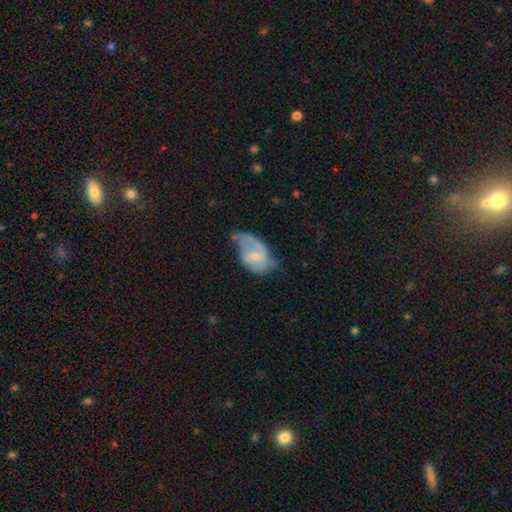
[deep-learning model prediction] A featured or disk galaxy (61%) with a weak bar (50%), spiral arms (77%) and a small central bulge (59%).

Vote fractions:
- Smooth or featured? featured or disk: 61% / smooth: 33% / star or artifact: 6%
- Edge-on disk? no: 97% / yes: 3%
- Bar? weak: 50% / no: 38% / strong: 12%
- Spiral arms? yes: 77% / no: 23%
- Bulge size? small: 59% / moderate: 32% / none: 6% / large: 2% / dominant: 1%
- Merging? minor disturbance: 37% / major disturbance: 32% / none: 26% / merger: 5%